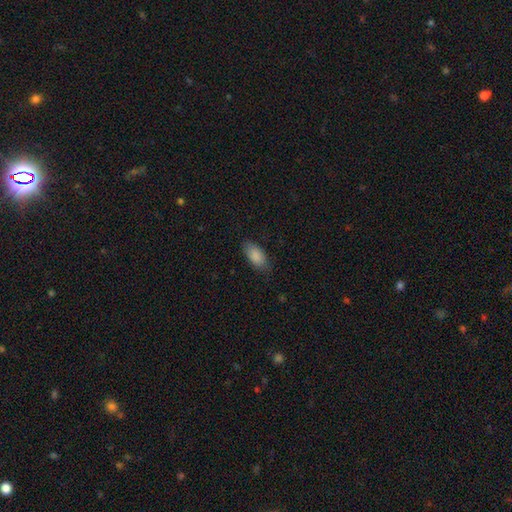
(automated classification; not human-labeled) smooth 88%, star or artifact 6%, featured or disk 6%. Down the decision tree: how rounded — in between (91%); merging — none (81%).